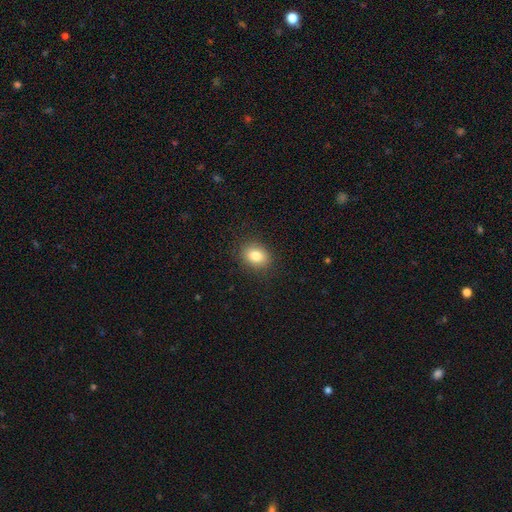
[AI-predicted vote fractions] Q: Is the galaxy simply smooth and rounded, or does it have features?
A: smooth — 82%.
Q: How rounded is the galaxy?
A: in between — 57%.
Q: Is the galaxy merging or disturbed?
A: none — 88%.